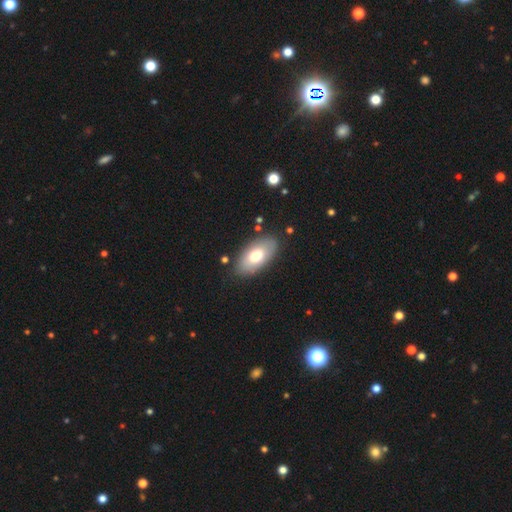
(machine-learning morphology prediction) smooth_or_featured: smooth (p=0.70) [alt: featured or disk p=0.24]
how_rounded: in between (p=0.93) [alt: round p=0.04]
merging: none (p=0.84) [alt: minor disturbance p=0.11]